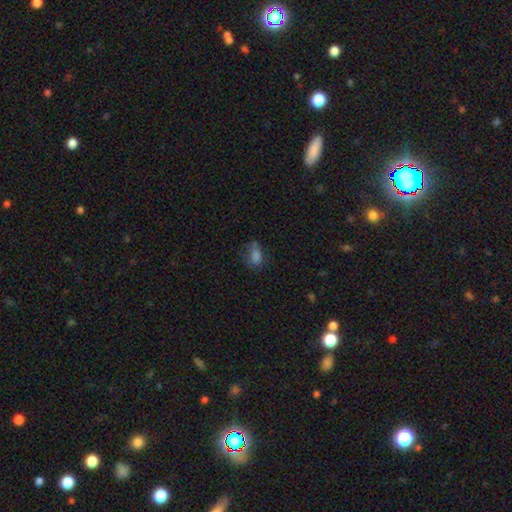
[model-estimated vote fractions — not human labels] Q: Smooth or featured?
A: smooth (68%); runner-up: star or artifact (17%)
Q: How rounded?
A: in between (76%); runner-up: round (19%)
Q: Merging?
A: none (48%); runner-up: minor disturbance (28%)